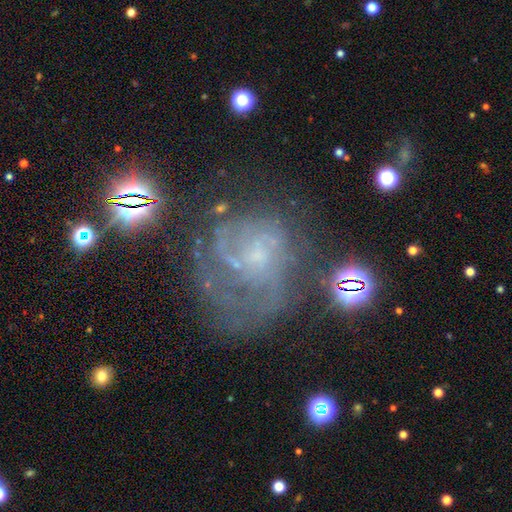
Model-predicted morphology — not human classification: Smooth or featured?
  - featured or disk: 69% *
  - star or artifact: 17%
  - smooth: 15%
Edge-on disk?
  - no: 98% *
  - yes: 2%
Bar?
  - no: 74% *
  - weak: 22%
  - strong: 4%
Spiral arms?
  - yes: 77% *
  - no: 23%
Spiral winding?
  - tight: 44% *
  - medium: 37%
  - loose: 19%
Spiral arm count?
  - can't tell: 45% *
  - 2: 19%
  - 3: 14%
  - 1: 11%
  - 4: 6%
  - more than 4: 5%
Bulge size?
  - small: 47% *
  - none: 35%
  - moderate: 14%
  - large: 2%
  - dominant: 1%
Merging?
  - none: 46% *
  - major disturbance: 29%
  - minor disturbance: 20%
  - merger: 5%